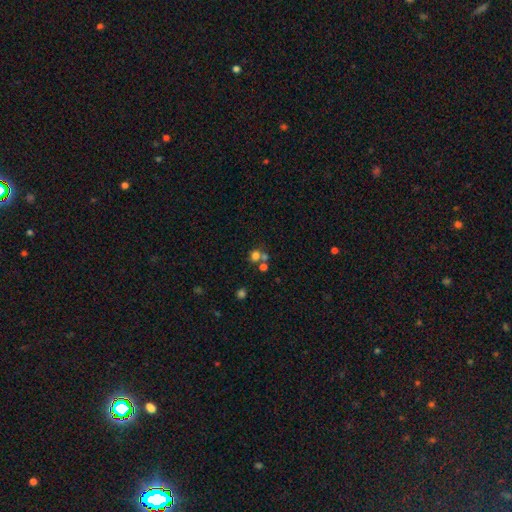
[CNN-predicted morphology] type=smooth (69%); roundness=round (79%); merging=none (48%).